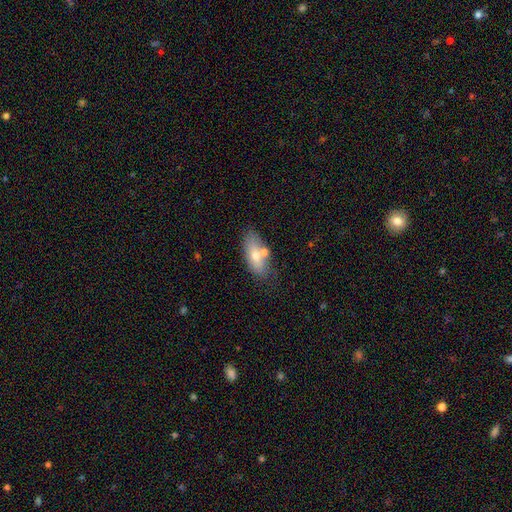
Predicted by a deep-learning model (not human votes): Overall: smooth (67%). How rounded: in between (79%). Merging: none (64%).